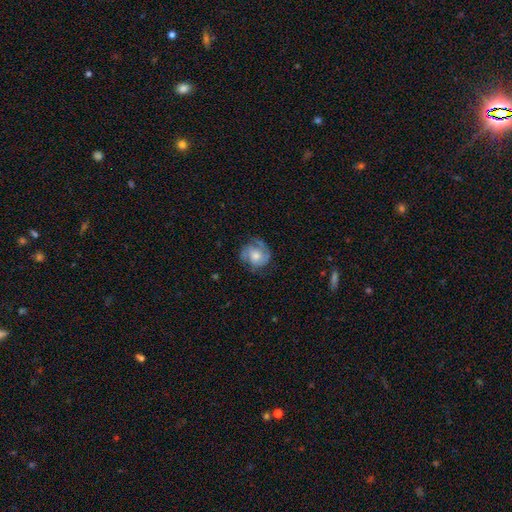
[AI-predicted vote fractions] smooth-or-featured: featured or disk: 66% | smooth: 27% | star or artifact: 8%
  disk-edge-on: no: 97% | yes: 3%
    bar: no: 71% | weak: 24% | strong: 5%
    has-spiral-arms: yes: 90% | no: 10%
      spiral-winding: tight: 45% | medium: 41% | loose: 14%
      spiral-arm-count: 2: 54% | can't tell: 17% | 3: 17% | 1: 6% | 4: 3% | more than 4: 3%
    bulge-size: moderate: 55% | small: 25% | large: 14% | none: 4% | dominant: 2%
  merging: none: 68% | minor disturbance: 20% | major disturbance: 10% | merger: 1%